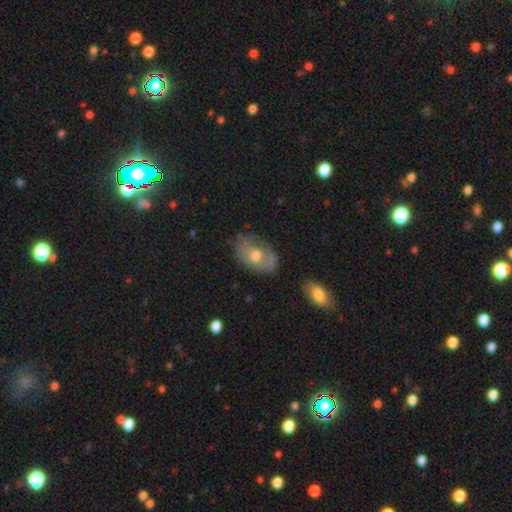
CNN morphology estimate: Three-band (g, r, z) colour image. It shows a smooth galaxy with no disk features (50%). Merging: none (62%).